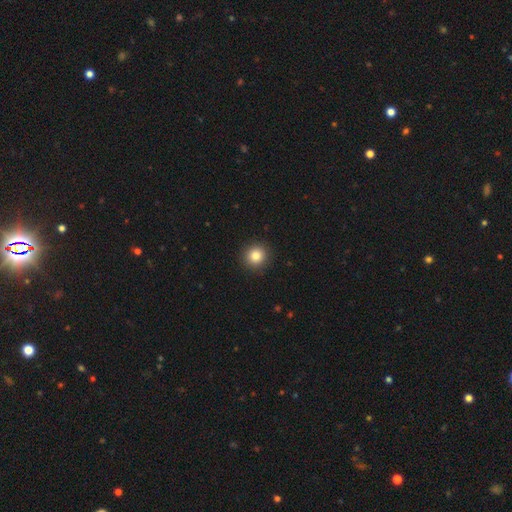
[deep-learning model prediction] Smooth or featured? smooth (83%)
How rounded? round (93%)
Merging? none (92%)